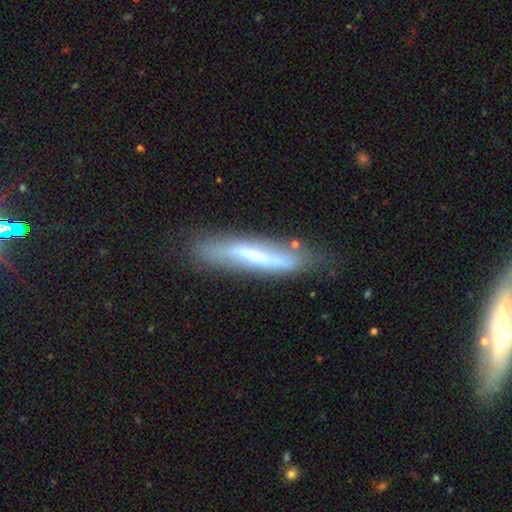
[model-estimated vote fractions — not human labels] A featured or disk galaxy (55%) viewed edge-on (59%). Merging: none (71%).